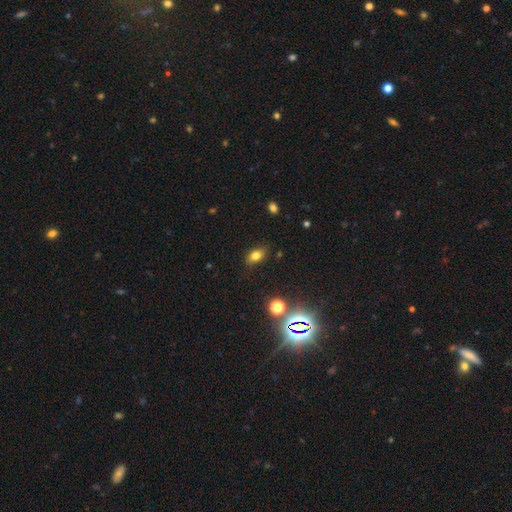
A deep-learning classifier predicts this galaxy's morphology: type=smooth (74%); roundness=in between (81%); merging=none (82%).